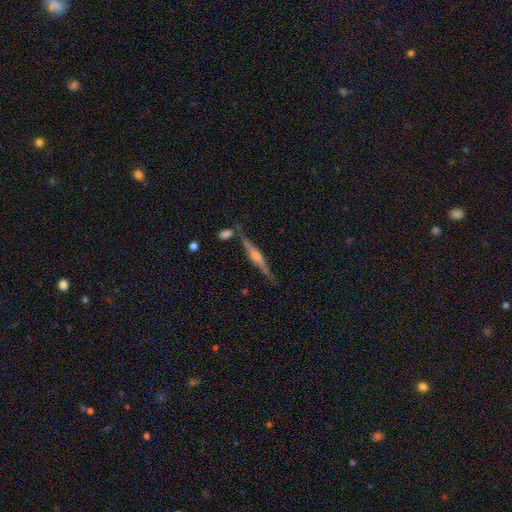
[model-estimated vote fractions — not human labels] featured or disk 78%, smooth 16%, star or artifact 7%. Down the decision tree: edge-on disk — yes (97%); edge-on bulge — rounded (73%); merging — none (78%).